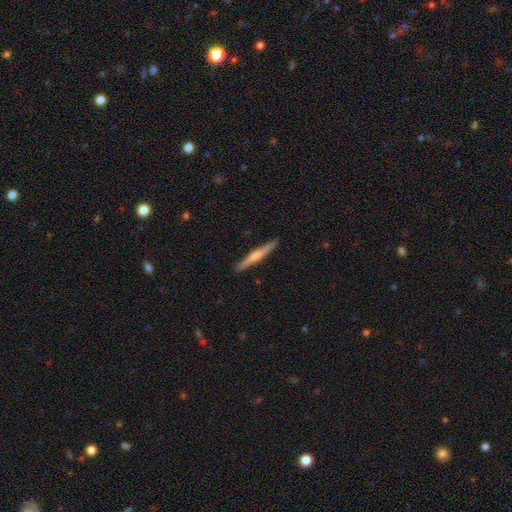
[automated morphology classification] This is possibly a featured or disk galaxy (53%). It is clearly viewed edge-on (98%). Edge-on bulge: possibly rounded (57%). Merging: clearly none (91%).